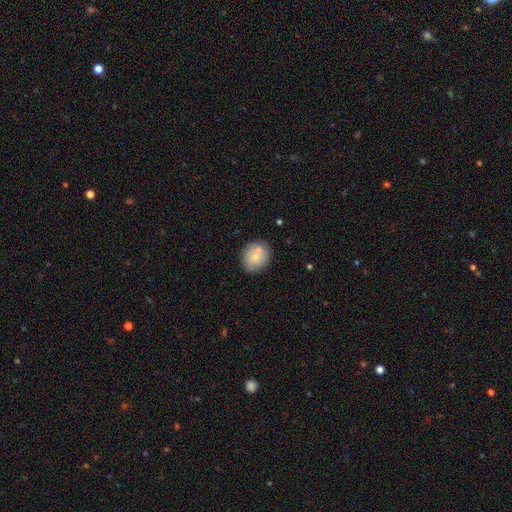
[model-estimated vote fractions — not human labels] Smooth or featured?
  - smooth: 74% *
  - featured or disk: 19%
  - star or artifact: 8%
How rounded?
  - round: 63% *
  - in between: 36%
  - cigar-shaped: 1%
Merging?
  - none: 68% *
  - minor disturbance: 15%
  - merger: 13%
  - major disturbance: 4%